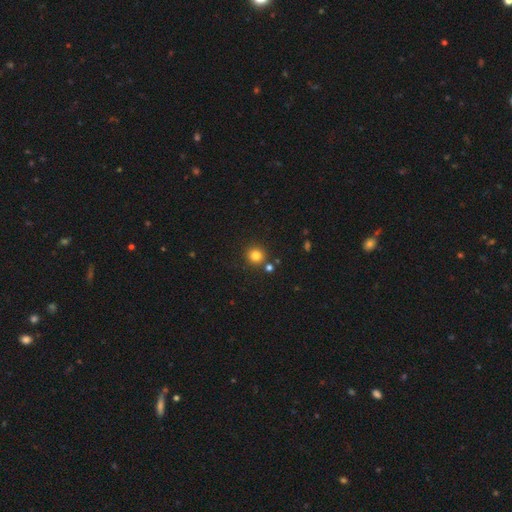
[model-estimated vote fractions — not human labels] A smooth galaxy with no disk features (80%) that is round (94%). Merging: none (85%).